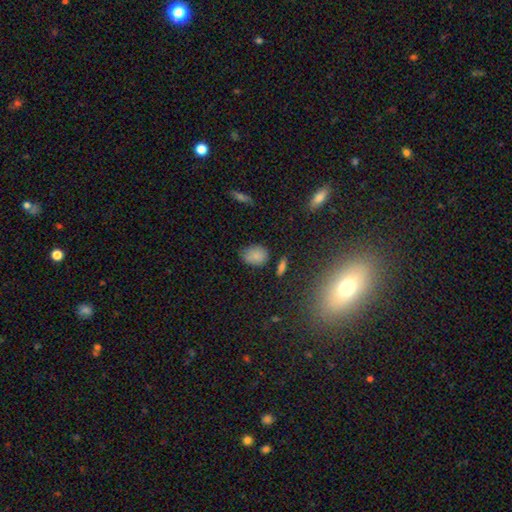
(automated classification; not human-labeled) This appears to be a smooth galaxy with no disk features (82%) that is in between round and cigar-shaped (64%). Merging: none (72%).